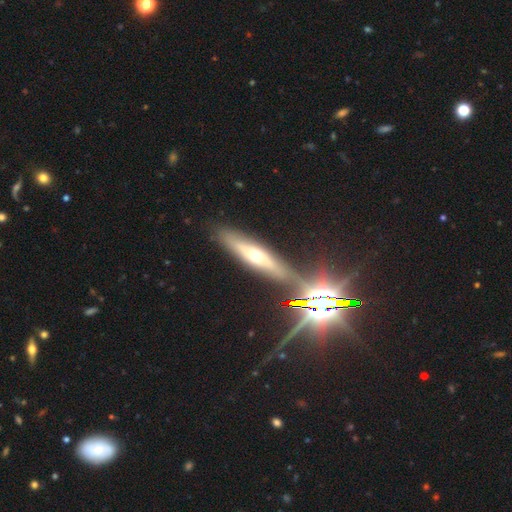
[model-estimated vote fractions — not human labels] A featured or disk galaxy (50%) viewed edge-on (72%). Merging: none (82%).